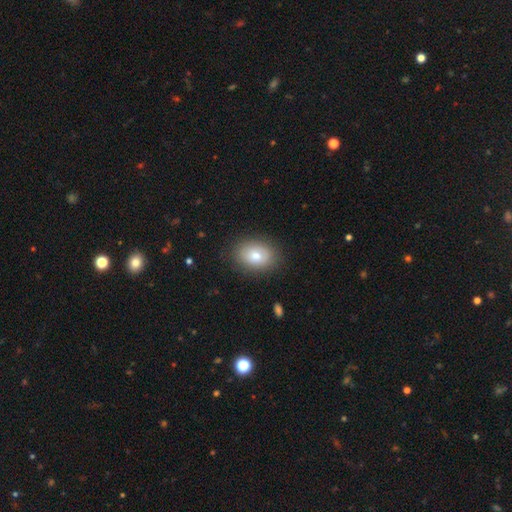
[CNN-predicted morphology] Smooth or featured? smooth (78%)
How rounded? in between (71%)
Merging? none (85%)